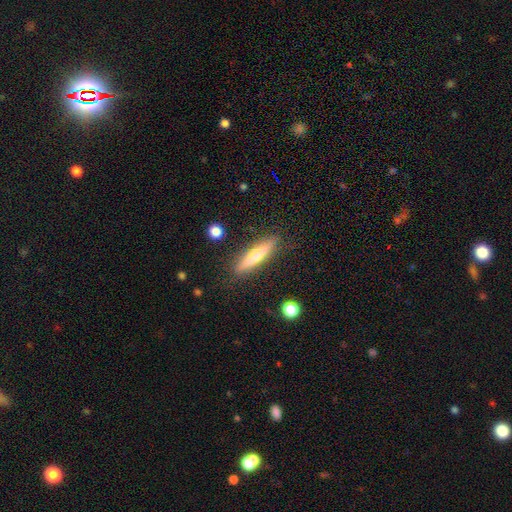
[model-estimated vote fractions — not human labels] Q: Smooth or featured?
A: featured or disk (51%); runner-up: smooth (43%)
Q: Edge-on disk?
A: yes (92%); runner-up: no (8%)
Q: Merging?
A: none (88%); runner-up: minor disturbance (8%)